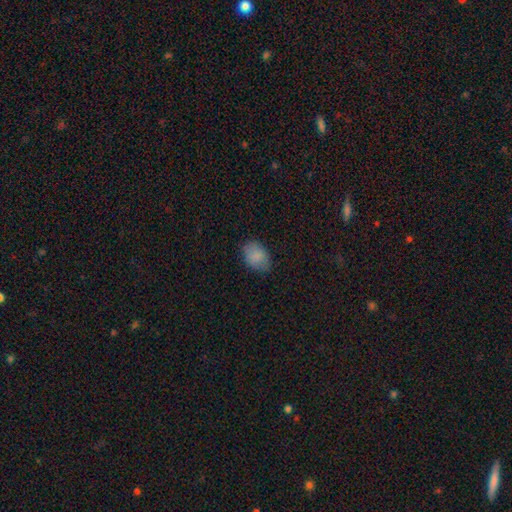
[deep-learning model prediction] Smooth or featured? Predicted: smooth (p=0.85). How rounded? Predicted: in between (p=0.80). Merging? Predicted: none (p=0.77).